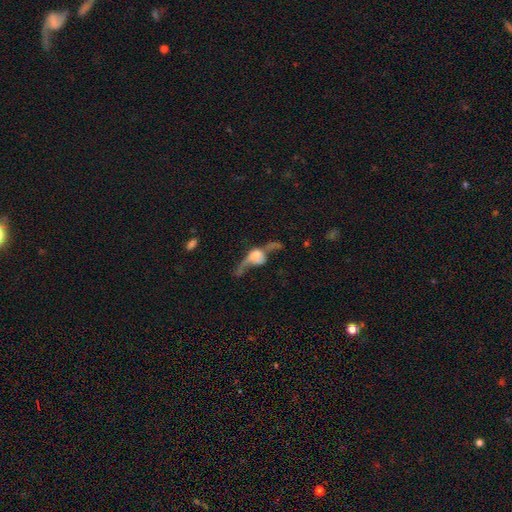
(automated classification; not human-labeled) Overall: featured or disk (60%; smooth 28%). Edge-on disk: yes (53%; no 47%). Merging: major disturbance (39%; none 27%).